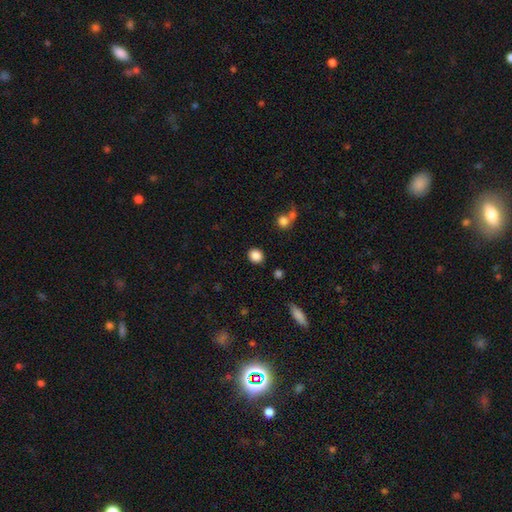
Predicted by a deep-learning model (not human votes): Smooth or featured: smooth — 86% (star or artifact — 10%)
How rounded: round — 72% (in between — 27%)
Merging: none — 87% (minor disturbance — 7%)